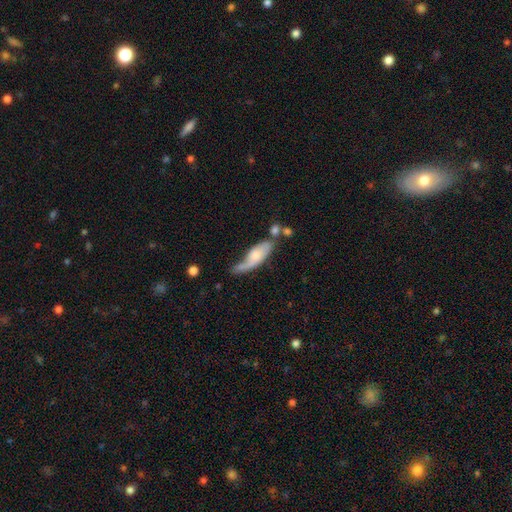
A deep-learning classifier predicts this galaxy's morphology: smooth_or_featured: smooth (p=0.56) [alt: featured or disk p=0.38]
how_rounded: in between (p=0.58) [alt: cigar-shaped p=0.39]
merging: none (p=0.31) [alt: minor disturbance p=0.26]